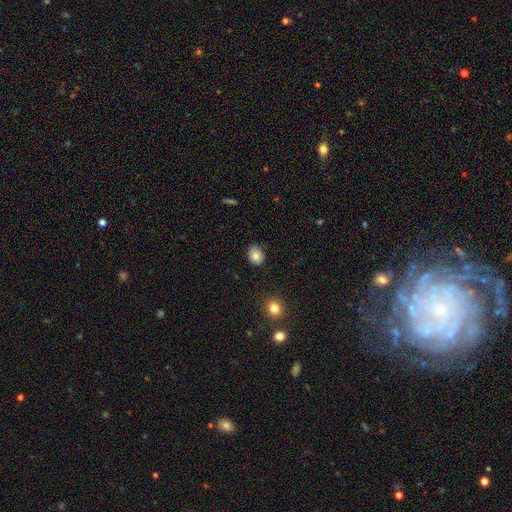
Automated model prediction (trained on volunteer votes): A smooth galaxy with no disk features (82%) that is round (54%). Merging: none (83%).